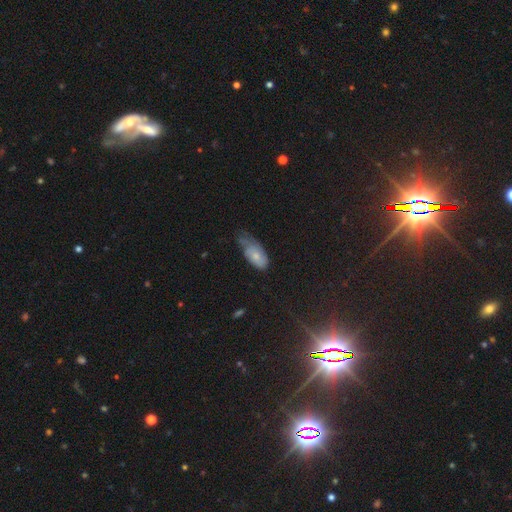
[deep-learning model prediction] smooth-or-featured: smooth: 65% | featured or disk: 28% | star or artifact: 8%
  how-rounded: in between: 89% | cigar-shaped: 7% | round: 3%
  merging: minor disturbance: 46% | none: 27% | major disturbance: 24% | merger: 3%